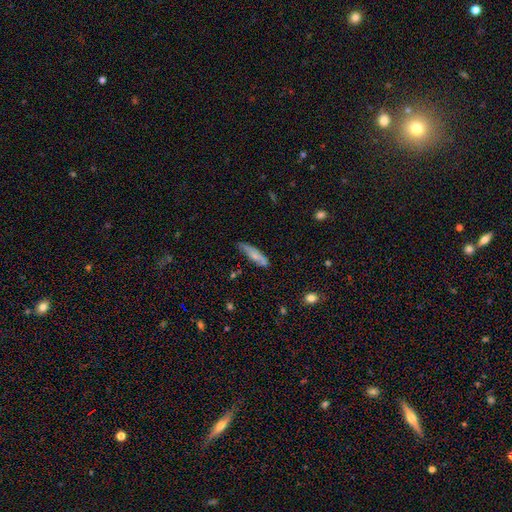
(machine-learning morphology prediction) type=smooth (68%); roundness=cigar-shaped (74%); merging=none (65%).